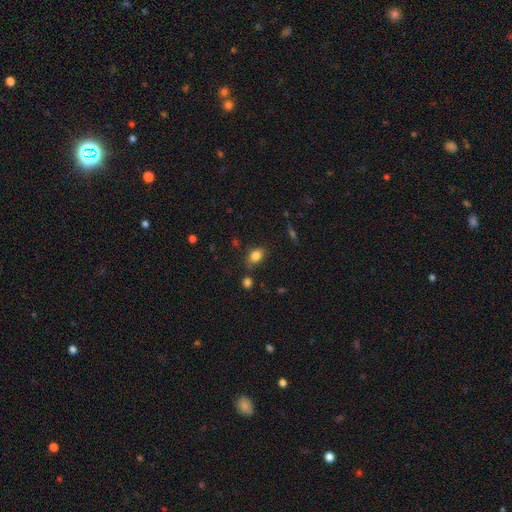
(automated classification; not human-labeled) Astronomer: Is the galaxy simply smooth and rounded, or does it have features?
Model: smooth — 82%.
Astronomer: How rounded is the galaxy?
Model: in between — 76%.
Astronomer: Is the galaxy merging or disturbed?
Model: none — 72%.